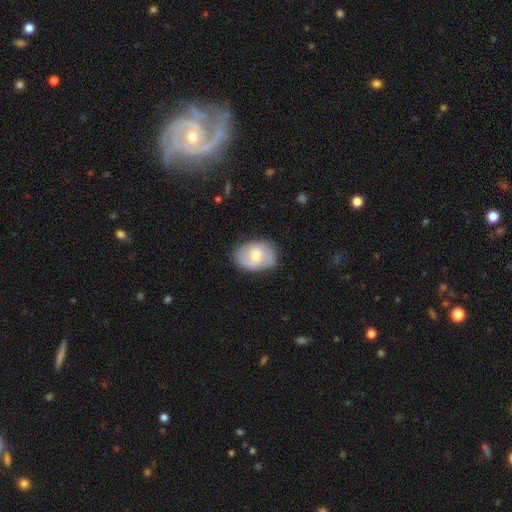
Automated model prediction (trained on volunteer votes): A featured or disk galaxy (50%). Merging: none (74%).